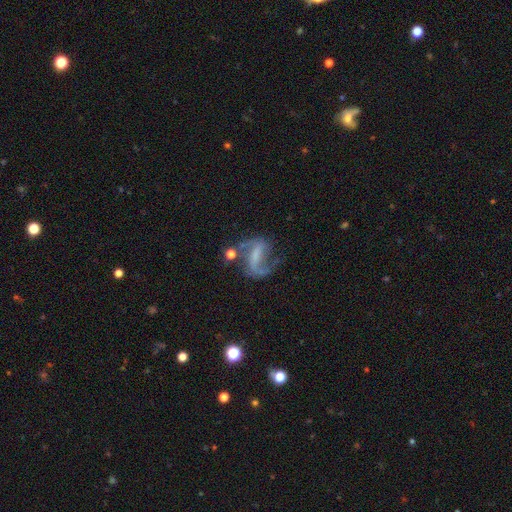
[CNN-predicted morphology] smooth-or-featured: featured or disk: 80% | smooth: 11% | star or artifact: 8%
  disk-edge-on: no: 97% | yes: 3%
    bar: strong: 47% | weak: 35% | no: 17%
    has-spiral-arms: yes: 92% | no: 8%
      spiral-winding: loose: 54% | medium: 37% | tight: 10%
      spiral-arm-count: 2: 82% | 1: 11% | can't tell: 4% | 3: 1% | 4: 1% | more than 4: 1%
    bulge-size: none: 47% | small: 32% | moderate: 16% | large: 4% | dominant: 1%
  merging: none: 54% | minor disturbance: 19% | major disturbance: 19% | merger: 8%